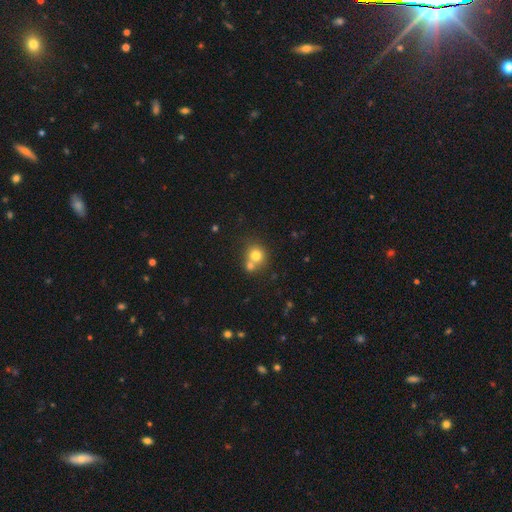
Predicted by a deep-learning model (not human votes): This is likely a smooth galaxy (76%). How rounded: clearly round (84%). Merging: possibly merger (45%).